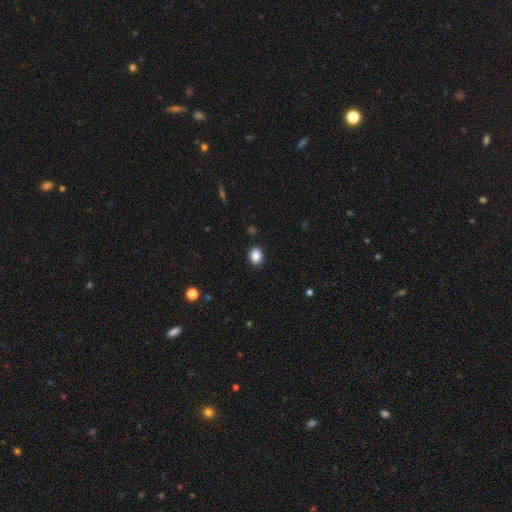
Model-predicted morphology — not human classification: This is clearly a smooth galaxy (88%). How rounded: likely in between (68%). Merging: clearly none (87%).